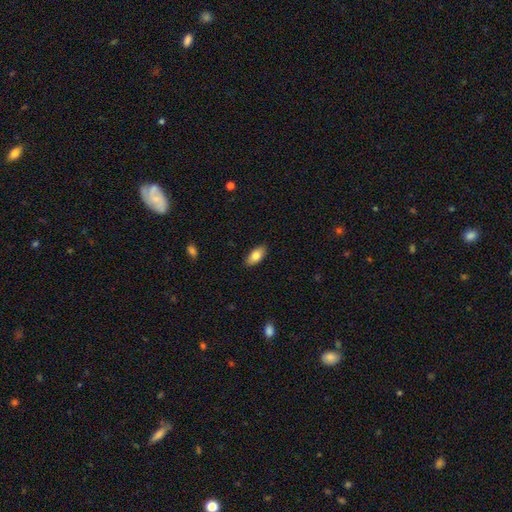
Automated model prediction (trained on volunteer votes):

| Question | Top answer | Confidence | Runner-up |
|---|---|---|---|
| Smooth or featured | smooth | 78% | featured or disk (15%) |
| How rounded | in between | 89% | cigar-shaped (8%) |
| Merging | none | 87% | minor disturbance (10%) |